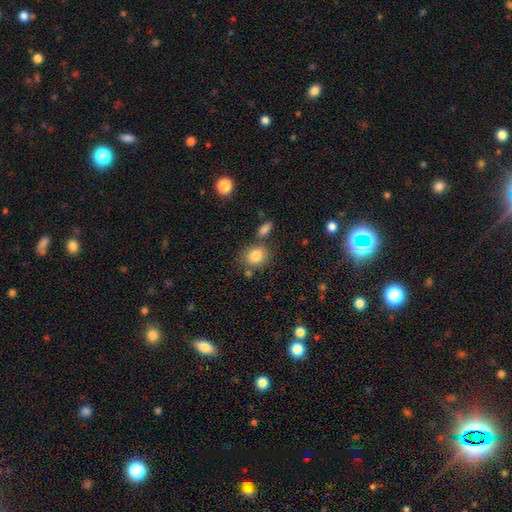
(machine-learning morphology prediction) Smooth or featured: smooth — 82% (star or artifact — 9%)
How rounded: round — 59% (in between — 40%)
Merging: none — 70% (minor disturbance — 13%)